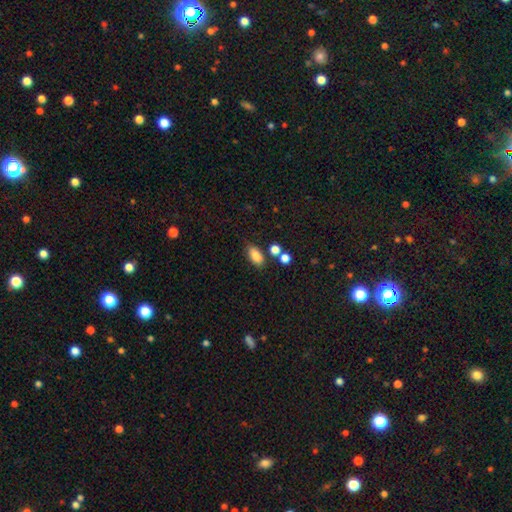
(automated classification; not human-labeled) The model was most divided on "merging": none: 74%, minor disturbance: 13%, merger: 9%, major disturbance: 4%. More confident: how rounded — in between (89%); smooth or featured — smooth (84%).